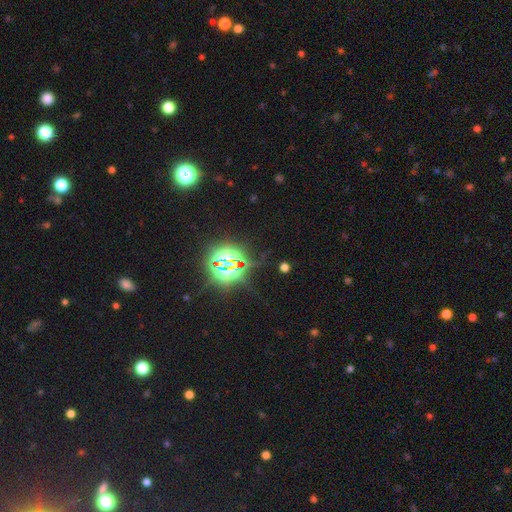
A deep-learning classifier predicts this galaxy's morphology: smooth-or-featured: star or artifact: 83% | smooth: 11% | featured or disk: 6%